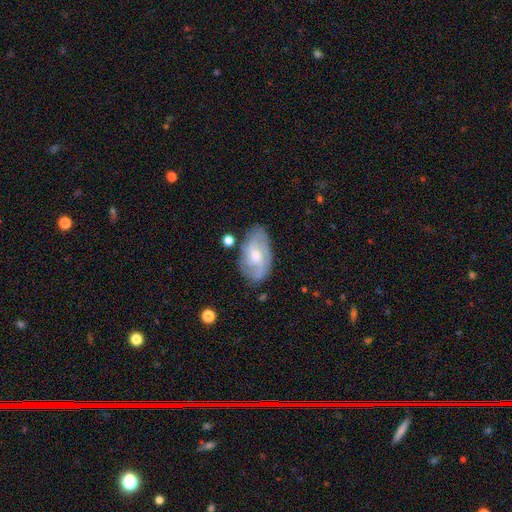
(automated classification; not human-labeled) smooth_or_featured: featured or disk (p=0.73) [alt: smooth p=0.21]
disk_edge_on: no (p=0.96) [alt: yes p=0.04]
bar: no (p=0.55) [alt: weak p=0.39]
has_spiral_arms: yes (p=0.91) [alt: no p=0.09]
spiral_winding: medium (p=0.43) [alt: tight p=0.40]
spiral_arm_count: 3 (p=0.30) [alt: 2 p=0.29]
bulge_size: moderate (p=0.55) [alt: small p=0.35]
merging: none (p=0.72) [alt: minor disturbance p=0.19]